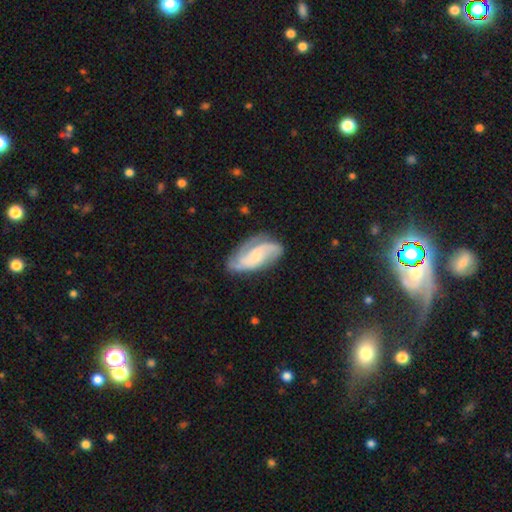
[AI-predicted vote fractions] The model was most divided on "spiral winding": medium: 47%, tight: 29%, loose: 24%. Remaining: spiral arms — yes (96%); edge-on disk — no (95%); smooth or featured — featured or disk (79%); merging — none (68%); bulge size — small (65%); bar — no (59%); spiral arm count — 2 (48%).